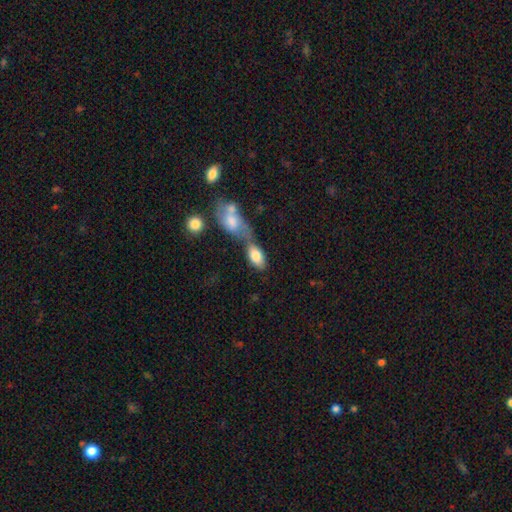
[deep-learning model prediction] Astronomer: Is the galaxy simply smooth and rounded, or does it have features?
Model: smooth — 79%.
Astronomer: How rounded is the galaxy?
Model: in between — 91%.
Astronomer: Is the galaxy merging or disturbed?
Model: merger — 55%.